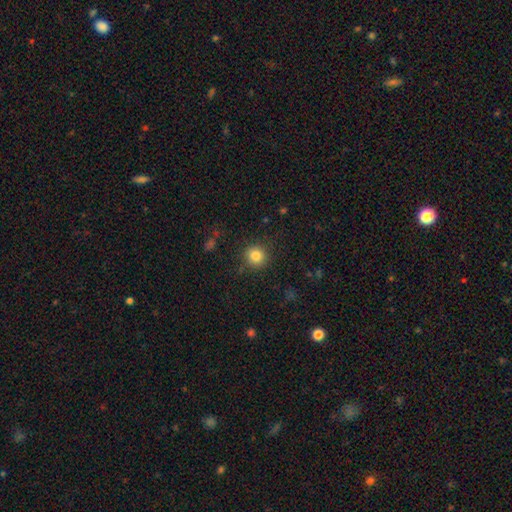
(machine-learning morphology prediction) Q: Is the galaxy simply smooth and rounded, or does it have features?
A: smooth — 83%.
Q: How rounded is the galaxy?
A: round — 93%.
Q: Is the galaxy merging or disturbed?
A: none — 88%.